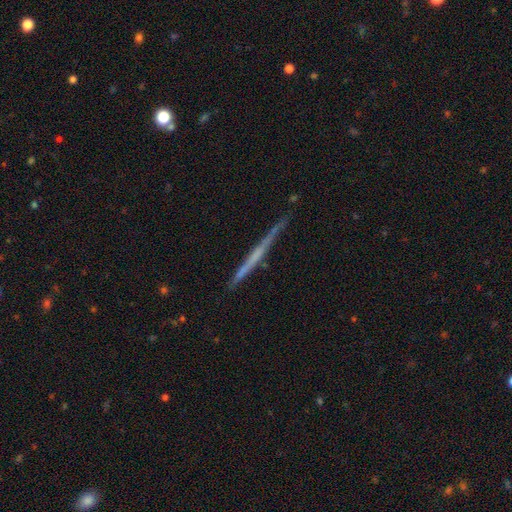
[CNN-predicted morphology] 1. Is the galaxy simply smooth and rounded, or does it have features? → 62% featured or disk, 32% smooth, 6% star or artifact.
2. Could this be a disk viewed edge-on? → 97% yes, 3% no.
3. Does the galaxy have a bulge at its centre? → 83% none, 11% rounded, 6% boxy.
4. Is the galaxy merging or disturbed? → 84% none, 12% minor disturbance, 2% major disturbance, 2% merger.